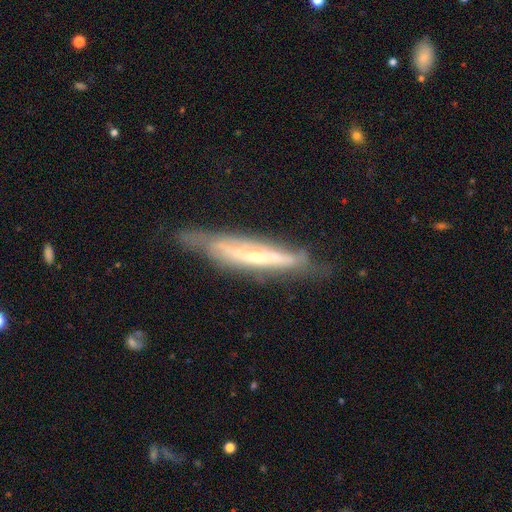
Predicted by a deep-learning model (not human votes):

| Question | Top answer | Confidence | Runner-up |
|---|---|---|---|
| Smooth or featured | featured or disk | 76% | smooth (18%) |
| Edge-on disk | yes | 61% | no (39%) |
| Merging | none | 63% | minor disturbance (26%) |